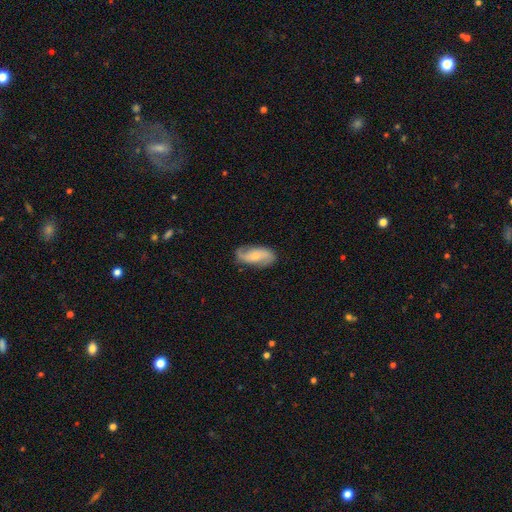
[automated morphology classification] featured or disk 68%, smooth 26%, star or artifact 6%. Down the decision tree: edge-on disk — no (95%); bar — no (55%); spiral arms — yes (94%); spiral arm count — 2 (88%); spiral winding — loose (52%); bulge size — small (52%); merging — none (78%).